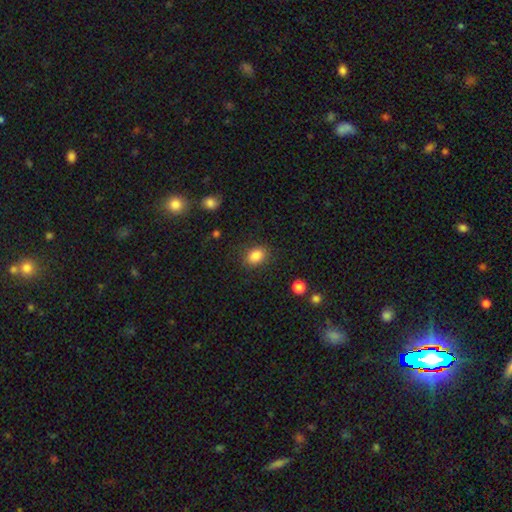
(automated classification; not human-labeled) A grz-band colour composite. It shows a smooth galaxy with no disk features (85%) that is in between round and cigar-shaped (66%). Merging: none (84%).